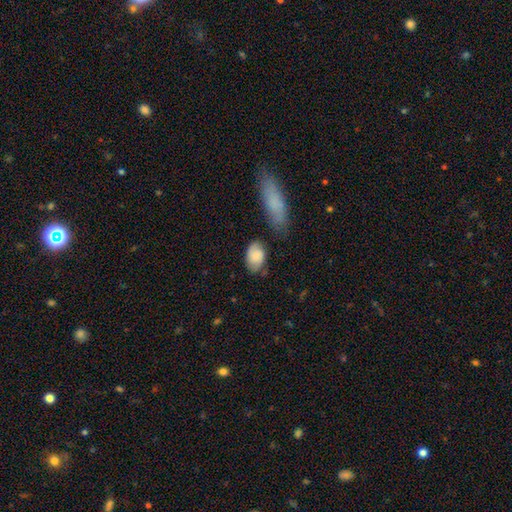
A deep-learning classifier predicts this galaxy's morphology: smooth-or-featured: smooth: 63% | featured or disk: 30% | star or artifact: 8%
  how-rounded: in between: 84% | round: 14% | cigar-shaped: 2%
  merging: none: 65% | minor disturbance: 22% | major disturbance: 7% | merger: 6%